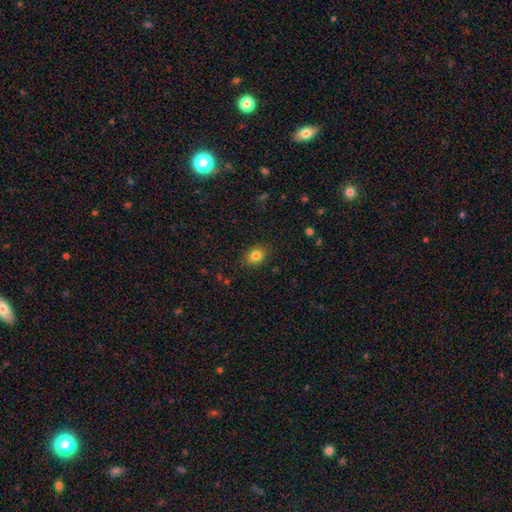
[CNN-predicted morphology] This is clearly a smooth galaxy (83%). How rounded: possibly in between (55%). Merging: clearly none (87%).